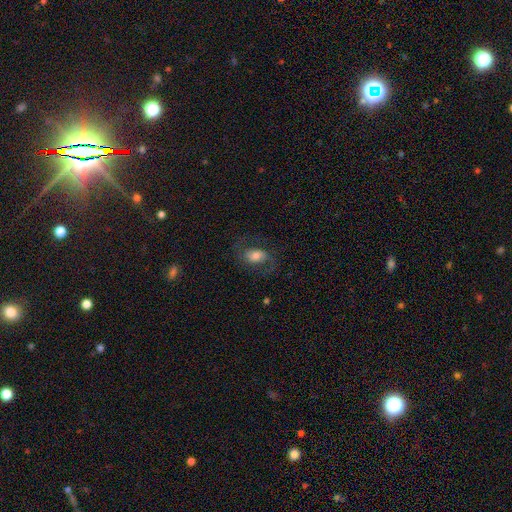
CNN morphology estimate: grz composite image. It shows a featured or disk galaxy (48%). Merging: none (69%).